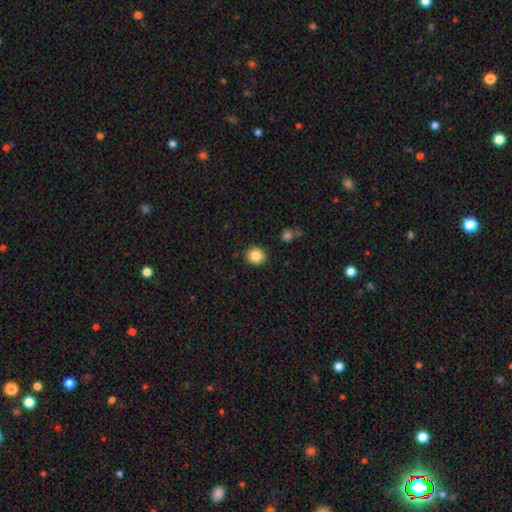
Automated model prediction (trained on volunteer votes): Smooth or featured? smooth (85%)
How rounded? round (84%)
Merging? none (90%)